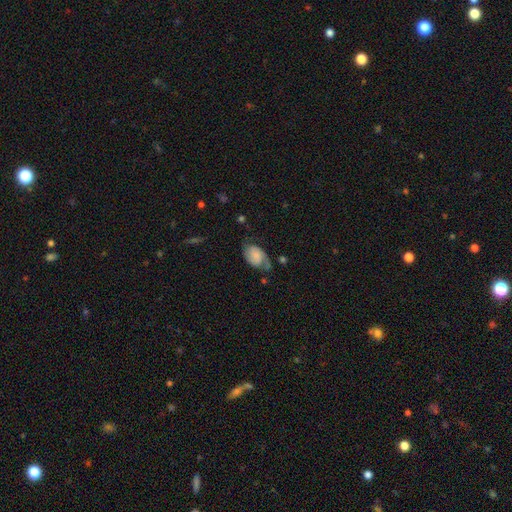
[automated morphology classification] Overall: featured or disk (52%; smooth 40%). Edge-on disk: no (97%). Merging: none (47%; minor disturbance 31%).